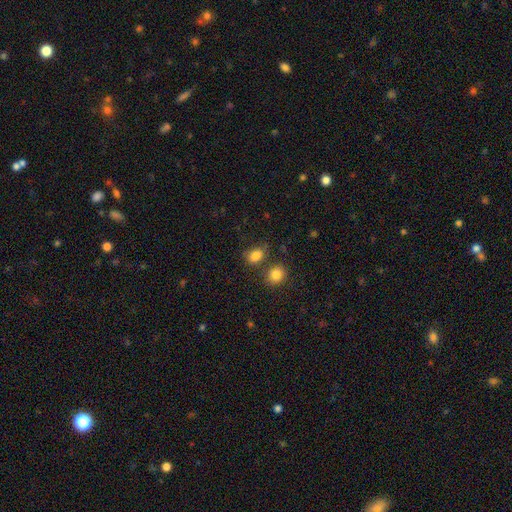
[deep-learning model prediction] smooth 83%, star or artifact 10%, featured or disk 6%. Down the decision tree: how rounded — in between (75%); merging — none (67%).